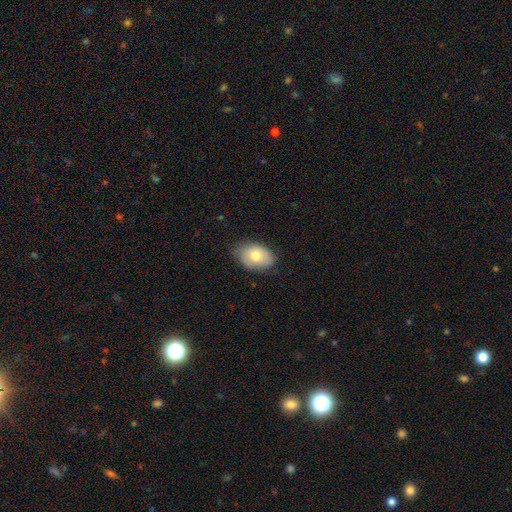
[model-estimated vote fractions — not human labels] Overall: smooth (73%). How rounded: in between (85%). Merging: none (72%).